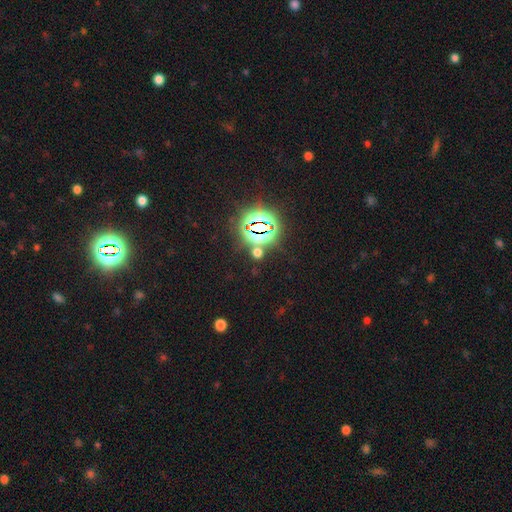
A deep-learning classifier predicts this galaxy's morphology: type=star or artifact (81%).